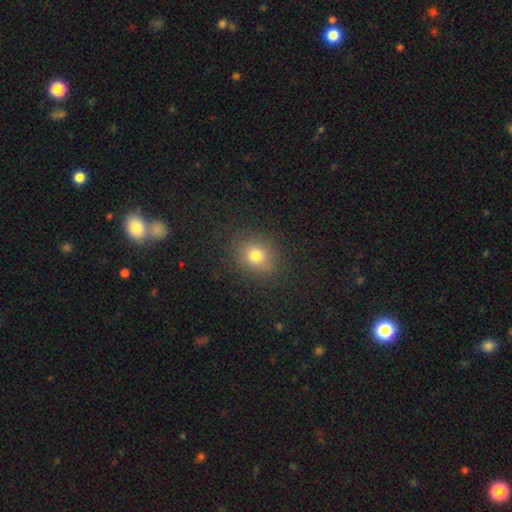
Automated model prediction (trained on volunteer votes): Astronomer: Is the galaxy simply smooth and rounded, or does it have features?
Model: smooth — 77%.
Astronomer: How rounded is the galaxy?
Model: round — 76%.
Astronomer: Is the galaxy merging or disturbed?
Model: none — 86%.